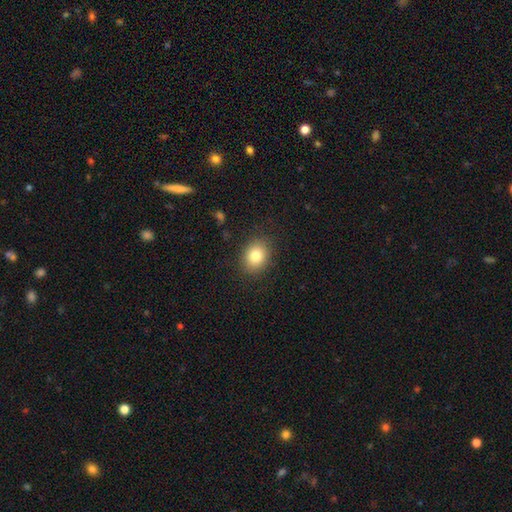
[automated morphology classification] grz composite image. It shows a smooth galaxy with no disk features (81%) that is round (50%). Merging: none (87%).